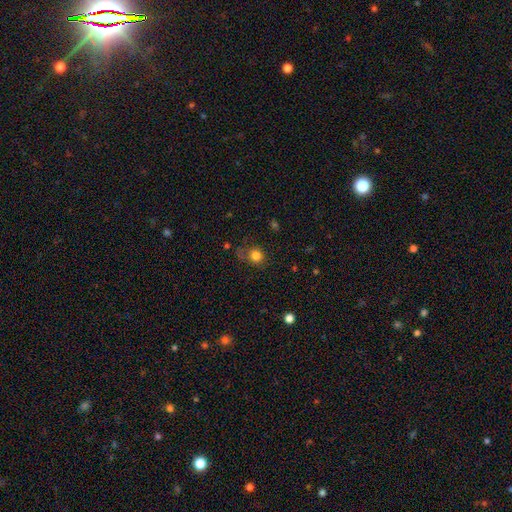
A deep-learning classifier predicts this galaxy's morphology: The model was most divided on "merging": none: 56%, minor disturbance: 25%, major disturbance: 16%, merger: 3%. More confident: smooth or featured — smooth (80%); how rounded — round (77%).